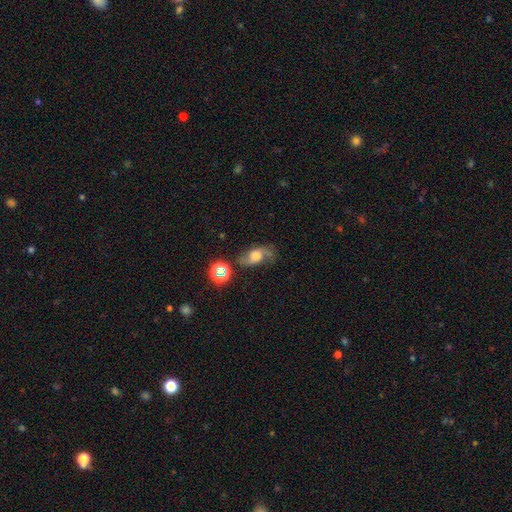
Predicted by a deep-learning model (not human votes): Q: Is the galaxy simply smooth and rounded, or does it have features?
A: featured or disk — 55%.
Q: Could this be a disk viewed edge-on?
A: no — 91%.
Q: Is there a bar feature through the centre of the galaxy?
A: no — 64%.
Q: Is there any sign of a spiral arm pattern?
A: yes — 86%.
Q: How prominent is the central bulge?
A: large — 38%.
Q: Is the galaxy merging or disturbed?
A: none — 56%.